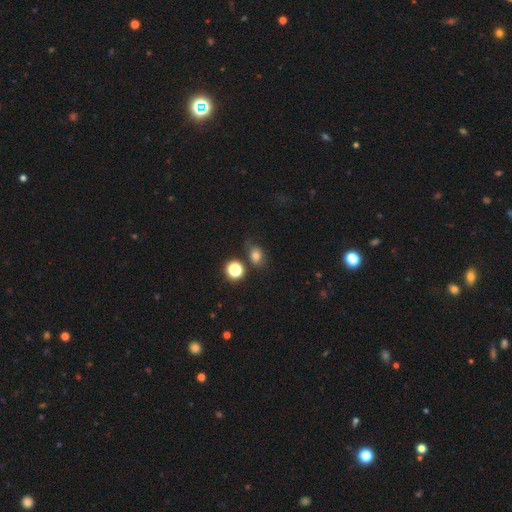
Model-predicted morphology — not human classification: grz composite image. It shows a smooth galaxy with no disk features (75%) that is in between round and cigar-shaped (56%). Merging: none (63%).